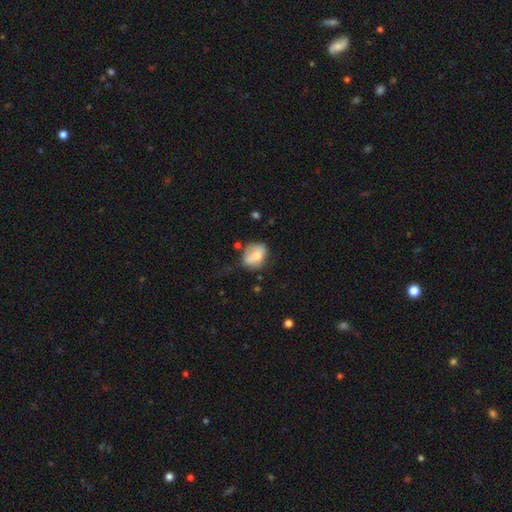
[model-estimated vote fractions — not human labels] smooth 66%, featured or disk 26%, star or artifact 8%. Down the decision tree: how rounded — in between (59%); merging — none (48%).